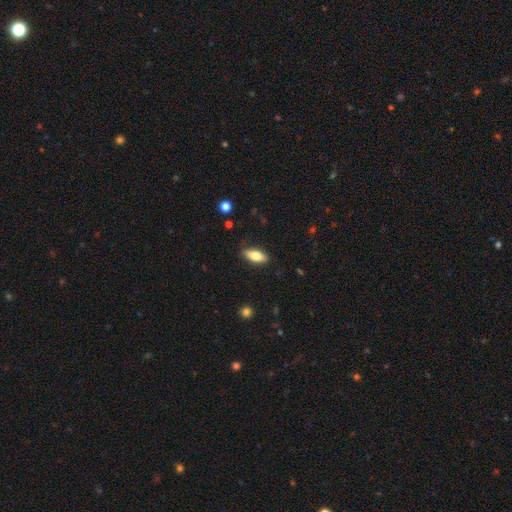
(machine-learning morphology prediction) A smooth galaxy with no disk features (77%) that is in between round and cigar-shaped (80%). Merging: none (84%).